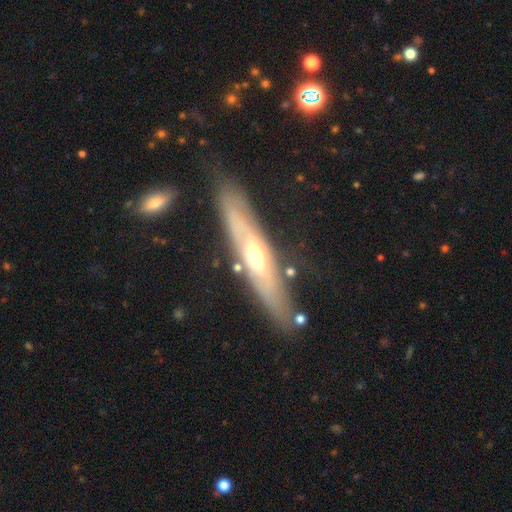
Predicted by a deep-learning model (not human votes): Overall: featured or disk (71%). Edge-on disk: yes (66%; no 34%). Merging: none (78%).